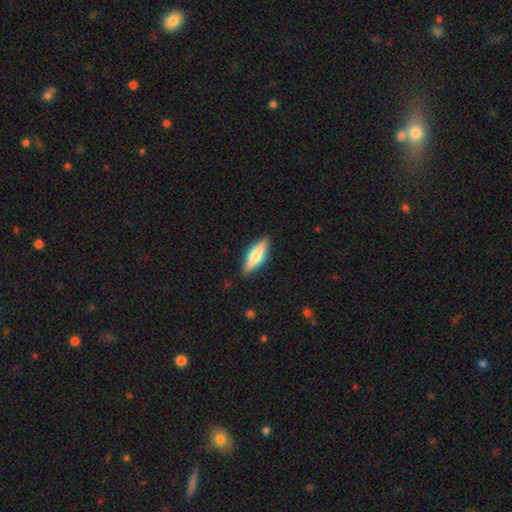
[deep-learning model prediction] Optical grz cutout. It shows a smooth galaxy with no disk features (56%) that is cigar-shaped (55%). Merging: none (87%).